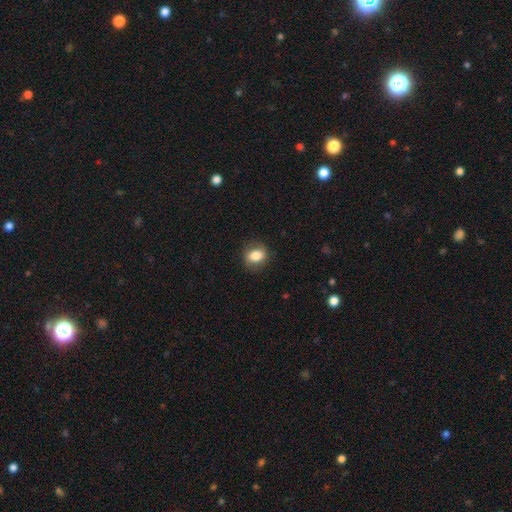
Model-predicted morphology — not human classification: A smooth galaxy with no disk features (80%) that is in between round and cigar-shaped (55%).

Vote fractions:
- Smooth or featured? smooth: 80% / featured or disk: 12% / star or artifact: 9%
- How rounded? in between: 55% / round: 43% / cigar-shaped: 1%
- Merging? none: 83% / minor disturbance: 12% / major disturbance: 4% / merger: 1%